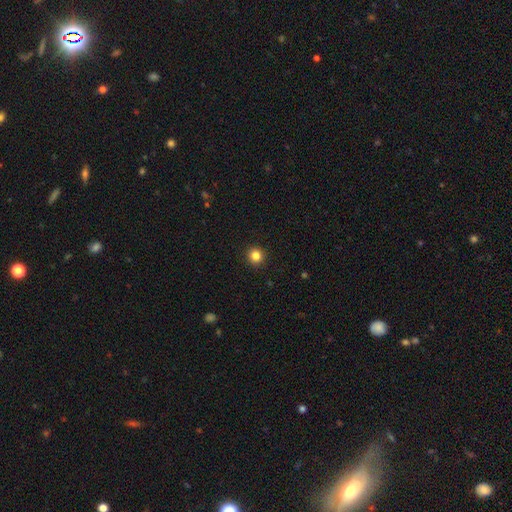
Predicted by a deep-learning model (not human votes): smooth 84%, star or artifact 12%, featured or disk 4%. Down the decision tree: how rounded — round (94%); merging — none (93%).